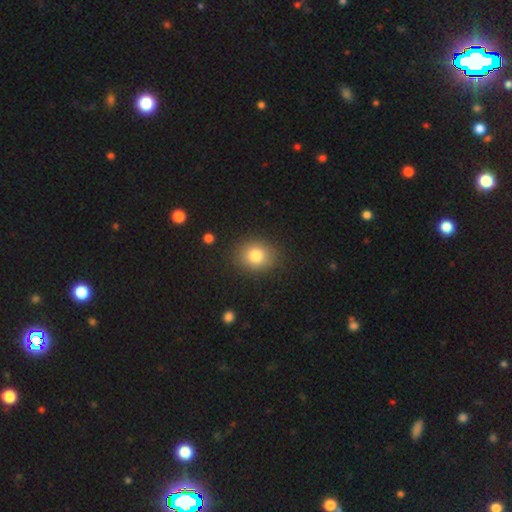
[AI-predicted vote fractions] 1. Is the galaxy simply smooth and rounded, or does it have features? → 81% smooth, 11% star or artifact, 9% featured or disk.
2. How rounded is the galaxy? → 64% round, 35% in between, 1% cigar-shaped.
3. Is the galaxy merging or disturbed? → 87% none, 9% minor disturbance, 3% major disturbance, 1% merger.